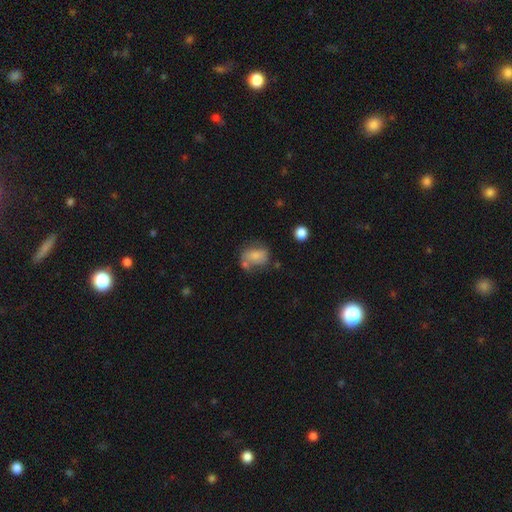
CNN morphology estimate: Smooth or featured? smooth (65%)
How rounded? in between (61%)
Merging? none (44%)